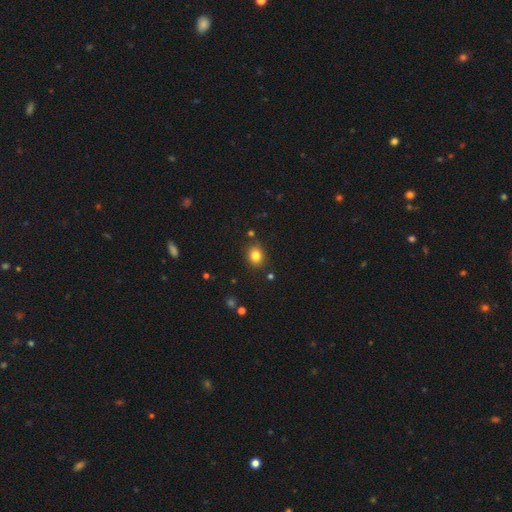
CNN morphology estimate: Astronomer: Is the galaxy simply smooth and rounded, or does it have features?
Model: smooth — 82%.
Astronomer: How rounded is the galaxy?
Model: round — 59% (runner-up: in between, 41%).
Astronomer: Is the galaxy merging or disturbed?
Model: none — 84%.